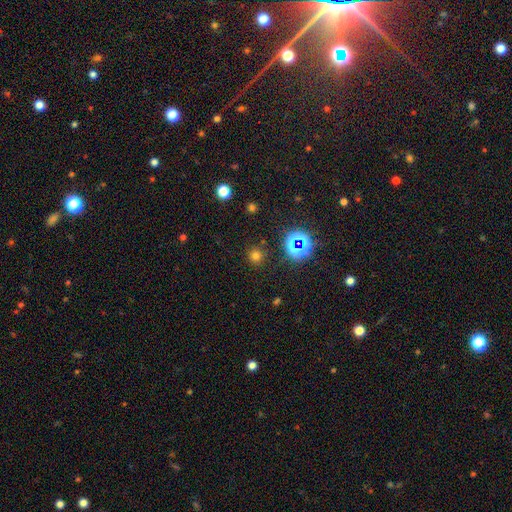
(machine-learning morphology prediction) This is likely a smooth galaxy (66%). How rounded: clearly round (92%). Merging: clearly none (86%).